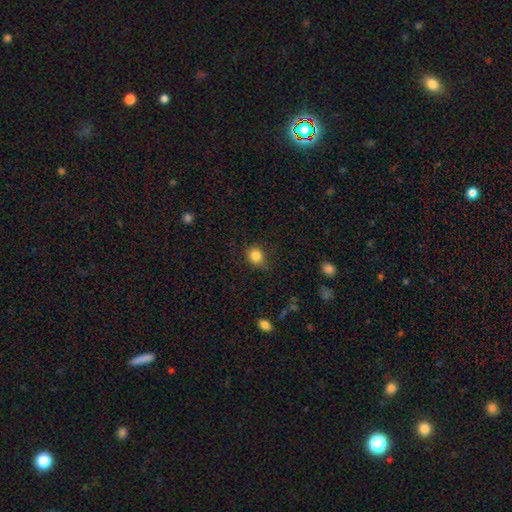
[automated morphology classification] Smooth or featured: smooth — 84% (star or artifact — 11%)
How rounded: round — 76% (in between — 23%)
Merging: none — 79% (minor disturbance — 16%)